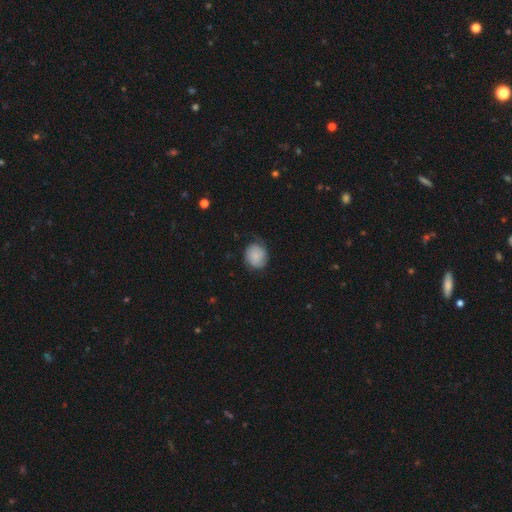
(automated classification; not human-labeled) smooth_or_featured: smooth (p=0.73) [alt: featured or disk p=0.19]
how_rounded: round (p=0.73) [alt: in between p=0.26]
merging: none (p=0.64) [alt: minor disturbance p=0.27]